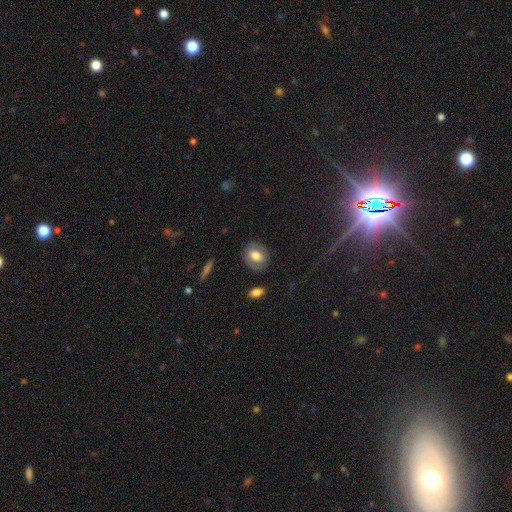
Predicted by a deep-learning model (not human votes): Smooth or featured? smooth (67%)
How rounded? in between (49%, tied with round)
Merging? none (82%)